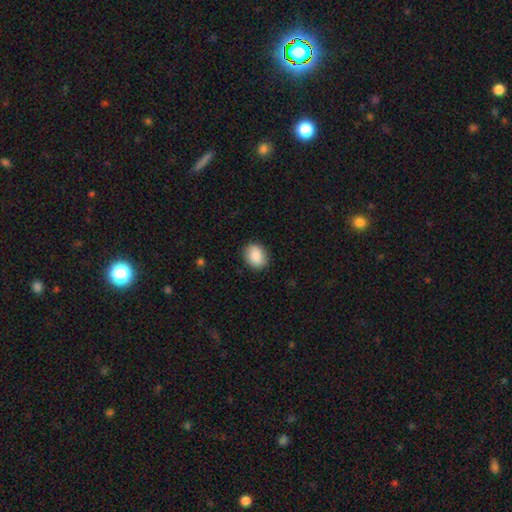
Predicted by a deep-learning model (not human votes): Smooth or featured?
  - smooth: 88% *
  - star or artifact: 7%
  - featured or disk: 5%
How rounded?
  - in between: 51% *
  - round: 48%
  - cigar-shaped: 1%
Merging?
  - none: 87% *
  - minor disturbance: 10%
  - major disturbance: 2%
  - merger: 1%